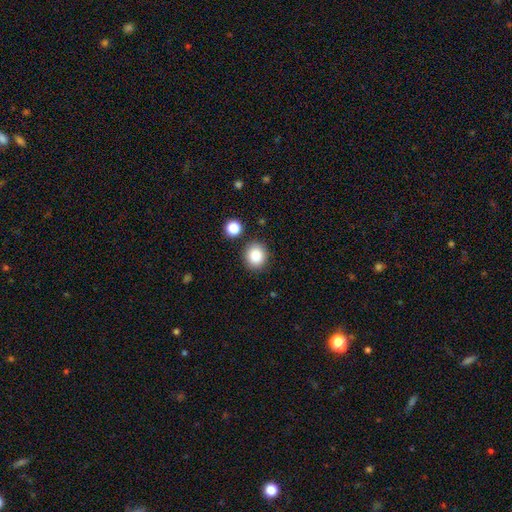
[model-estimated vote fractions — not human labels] A smooth galaxy with no disk features (86%) that is round (82%). Merging: none (85%).